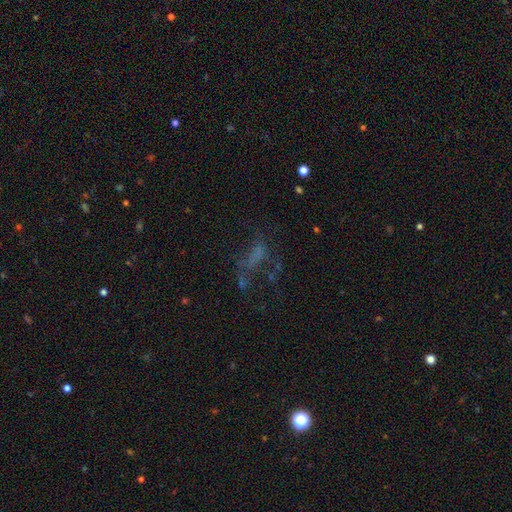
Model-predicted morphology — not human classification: smooth_or_featured: featured or disk (p=0.37) [alt: star or artifact p=0.32]
merging: none (p=0.40) [alt: major disturbance p=0.37]